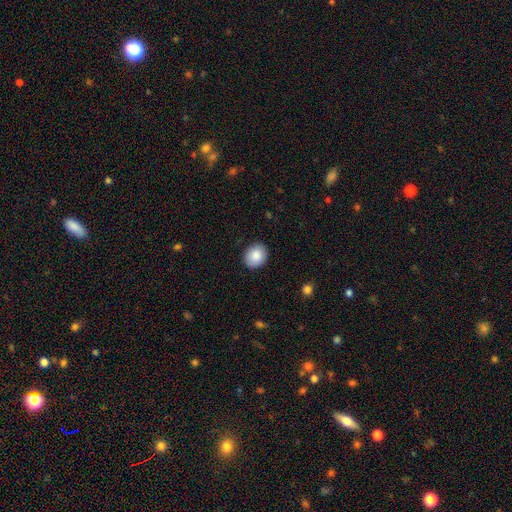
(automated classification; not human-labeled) A smooth galaxy with no disk features (86%) that is round (54%).

Vote fractions:
- Smooth or featured? smooth: 86% / star or artifact: 7% / featured or disk: 6%
- How rounded? round: 54% / in between: 45% / cigar-shaped: 1%
- Merging? none: 89% / minor disturbance: 8% / major disturbance: 2% / merger: 1%